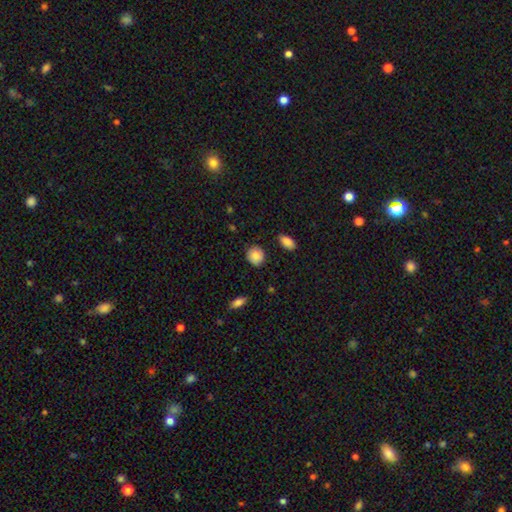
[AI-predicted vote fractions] Smooth or featured?
  - smooth: 84% *
  - featured or disk: 9%
  - star or artifact: 8%
How rounded?
  - round: 81% *
  - in between: 18%
  - cigar-shaped: 1%
Merging?
  - none: 86% *
  - minor disturbance: 10%
  - major disturbance: 2%
  - merger: 2%